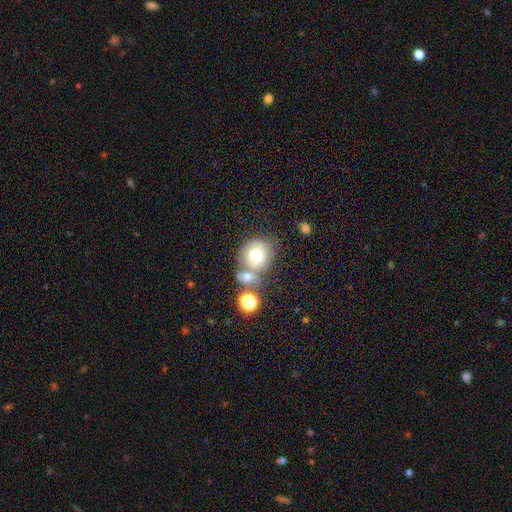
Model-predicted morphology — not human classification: This appears to be a smooth galaxy with no disk features (71%) that is round (81%). Merging: none (49%).